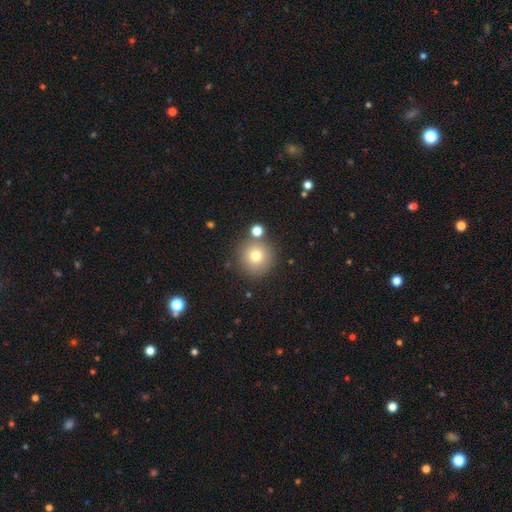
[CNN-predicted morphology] Q: Smooth or featured?
A: smooth (76%); runner-up: star or artifact (12%)
Q: How rounded?
A: round (95%); runner-up: in between (4%)
Q: Merging?
A: none (78%); runner-up: merger (10%)